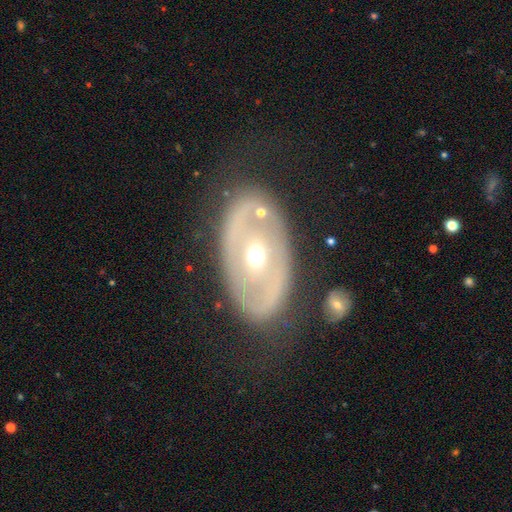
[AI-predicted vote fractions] Smooth or featured?
  - featured or disk: 71% *
  - smooth: 23%
  - star or artifact: 6%
Edge-on disk?
  - no: 91% *
  - yes: 9%
Bar?
  - no: 67% *
  - weak: 20%
  - strong: 13%
Spiral arms?
  - no: 68% *
  - yes: 32%
Bulge size?
  - moderate: 68% *
  - small: 25%
  - large: 4%
  - dominant: 1%
  - none: 1%
Merging?
  - none: 76% *
  - minor disturbance: 15%
  - major disturbance: 7%
  - merger: 3%